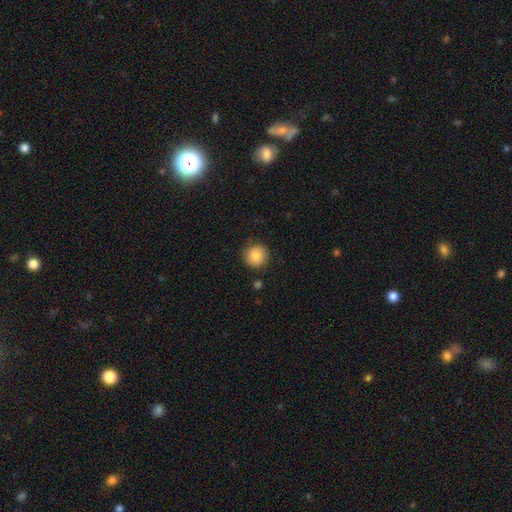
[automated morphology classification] A smooth galaxy with no disk features (85%) that is round (93%).

Vote fractions:
- Smooth or featured? smooth: 85% / star or artifact: 8% / featured or disk: 7%
- How rounded? round: 93% / in between: 6% / cigar-shaped: 1%
- Merging? none: 84% / minor disturbance: 11% / major disturbance: 3% / merger: 2%